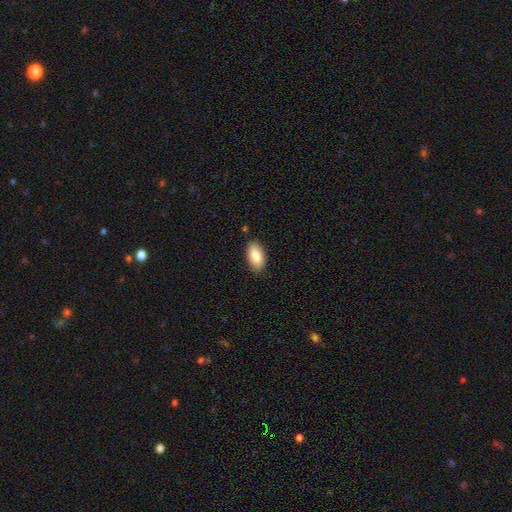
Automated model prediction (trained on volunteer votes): Morphology: type=smooth (82%); roundness=in between (93%); merging=none (88%).